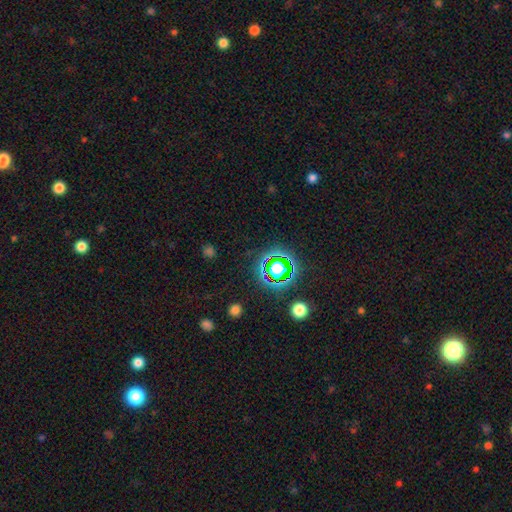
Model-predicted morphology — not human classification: This appears to be a star or artifact, not a galaxy (77%).